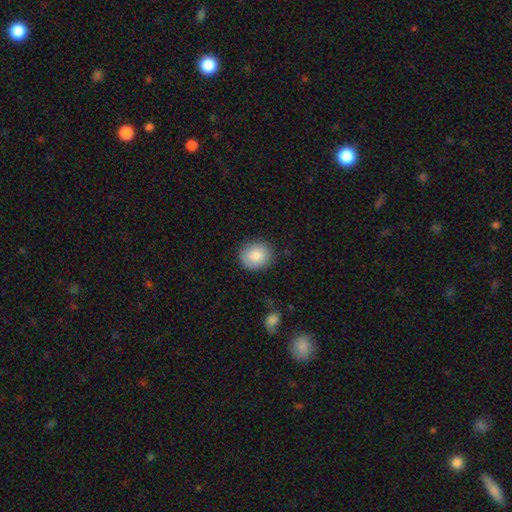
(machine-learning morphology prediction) The model was most divided on "how rounded": round: 72%, in between: 27%, cigar-shaped: 1%. More confident: smooth or featured — smooth (87%); merging — none (86%).